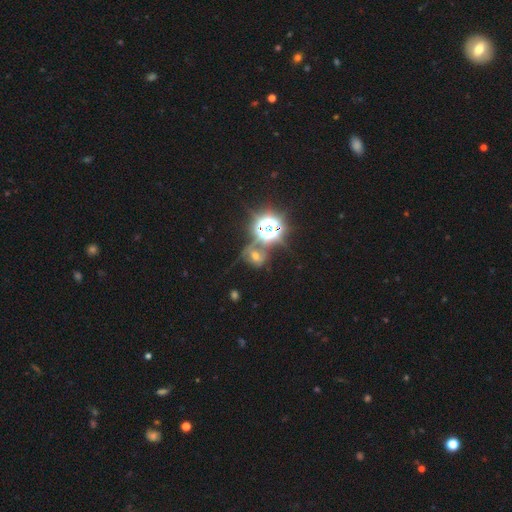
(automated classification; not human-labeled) The model was most divided on "smooth or featured": star or artifact: 48%, smooth: 31%, featured or disk: 22%.